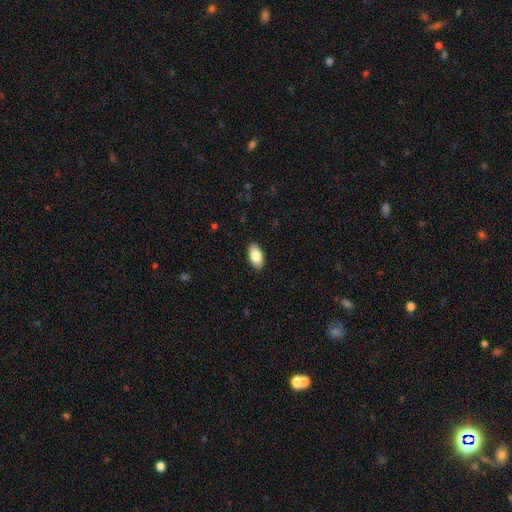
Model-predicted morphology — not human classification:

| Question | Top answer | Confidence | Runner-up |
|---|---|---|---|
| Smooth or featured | smooth | 83% | featured or disk (10%) |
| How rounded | in between | 94% | cigar-shaped (4%) |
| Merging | none | 90% | minor disturbance (8%) |